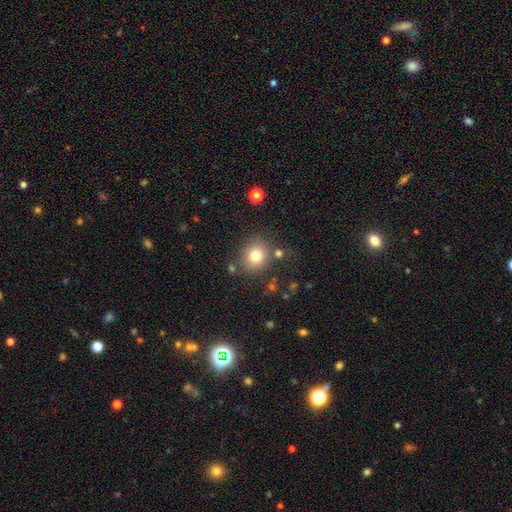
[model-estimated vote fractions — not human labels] This is likely a smooth galaxy (78%). How rounded: clearly round (81%). Merging: likely none (78%).